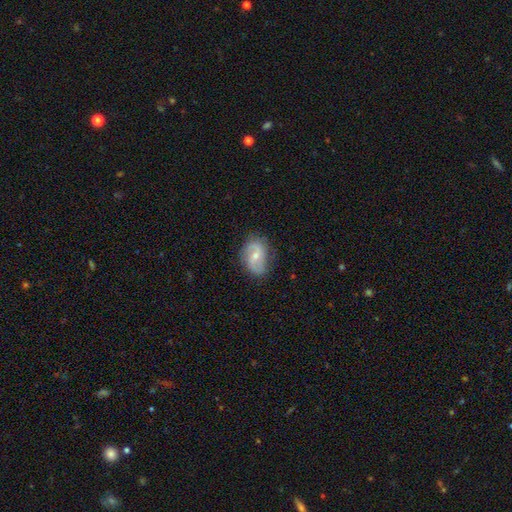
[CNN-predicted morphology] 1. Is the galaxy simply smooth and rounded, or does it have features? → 61% featured or disk, 32% smooth, 7% star or artifact.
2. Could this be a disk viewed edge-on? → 96% no, 4% yes.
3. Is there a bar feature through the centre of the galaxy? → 44% weak, 42% no, 14% strong.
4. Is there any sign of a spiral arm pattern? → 82% yes, 18% no.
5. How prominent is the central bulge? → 49% moderate, 48% small, 1% none, 1% large, 1% dominant.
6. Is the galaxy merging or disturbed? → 71% none, 21% minor disturbance, 7% major disturbance, 1% merger.